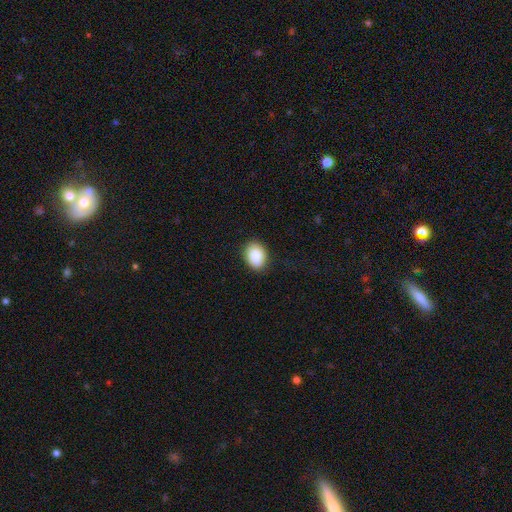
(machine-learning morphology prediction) A smooth galaxy with no disk features (87%) that is in between round and cigar-shaped (69%). Merging: none (84%).